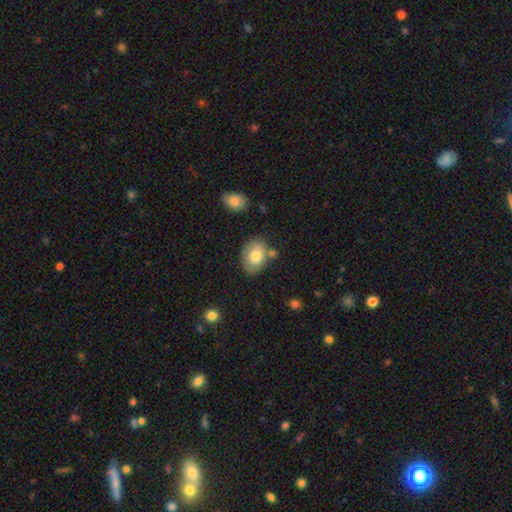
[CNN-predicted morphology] This is likely a smooth galaxy (75%). How rounded: likely in between (72%). Merging: likely none (67%).